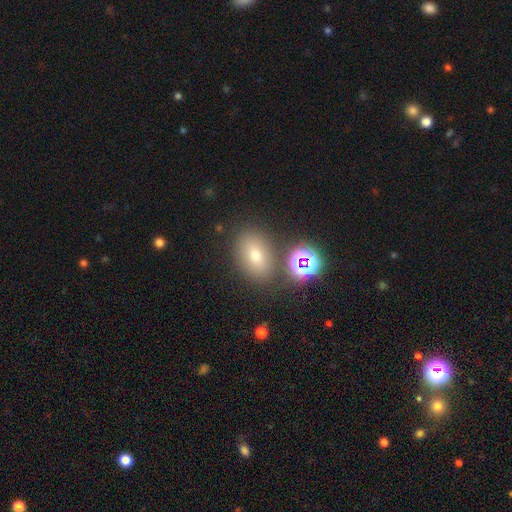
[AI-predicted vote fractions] A smooth galaxy with no disk features (66%) that is in between round and cigar-shaped (72%).

Vote fractions:
- Smooth or featured? smooth: 66% / star or artifact: 20% / featured or disk: 14%
- How rounded? in between: 72% / round: 26% / cigar-shaped: 2%
- Merging? none: 77% / minor disturbance: 11% / merger: 8% / major disturbance: 4%